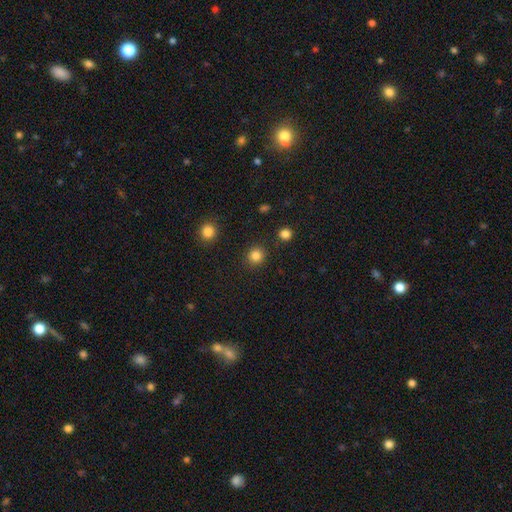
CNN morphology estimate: A smooth galaxy with no disk features (85%) that is round (90%). Merging: none (90%).